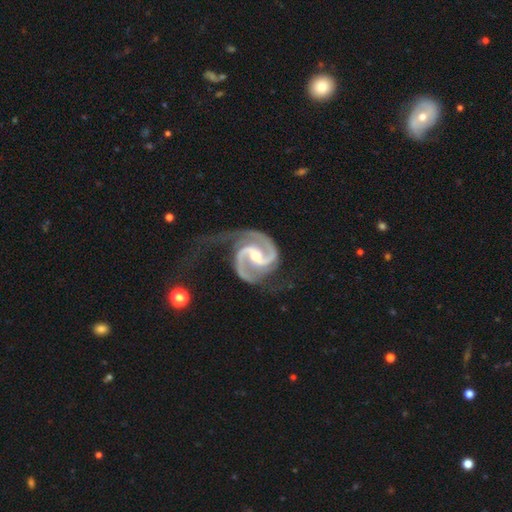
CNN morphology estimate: A featured or disk galaxy (95%) with a weak bar (41%), 2 (93%) medium (62%) spiral arms (99%) and a moderate central bulge (60%).

Vote fractions:
- Smooth or featured? featured or disk: 95% / star or artifact: 3% / smooth: 2%
- Edge-on disk? no: 98% / yes: 2%
- Bar? weak: 41% / strong: 34% / no: 25%
- Spiral arms? yes: 99% / no: 1%
- Spiral winding? medium: 62% / tight: 24% / loose: 14%
- Spiral arm count? 2: 93% / 3: 2% / can't tell: 1% / 1: 1% / 4: 1% / more than 4: 1%
- Bulge size? moderate: 60% / small: 36% / large: 2% / none: 1% / dominant: 1%
- Merging? none: 53% / minor disturbance: 24% / major disturbance: 20% / merger: 3%